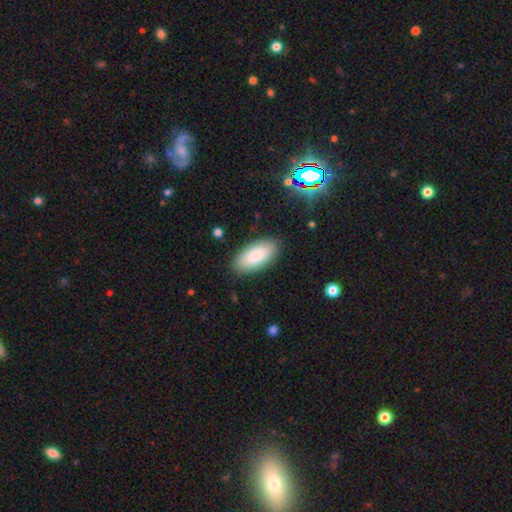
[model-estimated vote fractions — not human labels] This is clearly a smooth galaxy (85%). How rounded: clearly in between (93%). Merging: clearly none (87%).